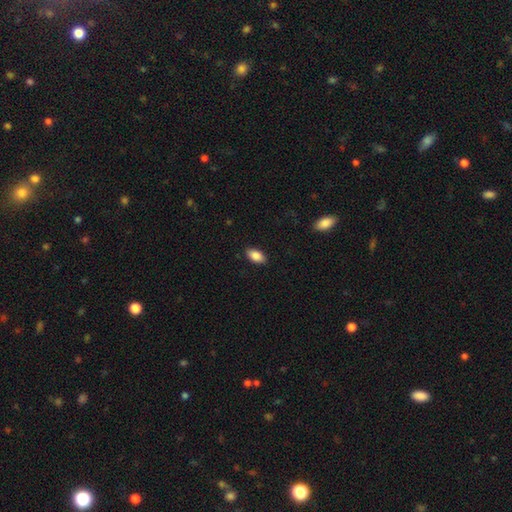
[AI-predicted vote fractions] smooth-or-featured: smooth: 87% | star or artifact: 7% | featured or disk: 6%
  how-rounded: in between: 92% | cigar-shaped: 4% | round: 4%
  merging: none: 88% | minor disturbance: 9% | major disturbance: 2% | merger: 1%